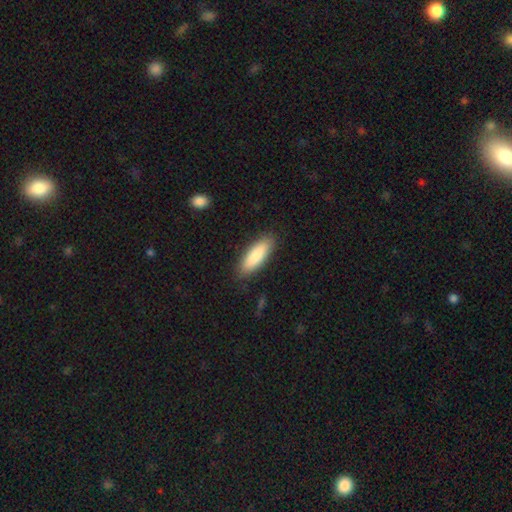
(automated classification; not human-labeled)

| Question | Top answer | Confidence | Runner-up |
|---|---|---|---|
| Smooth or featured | smooth | 86% | featured or disk (8%) |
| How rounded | in between | 59% | cigar-shaped (39%) |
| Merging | none | 86% | minor disturbance (10%) |